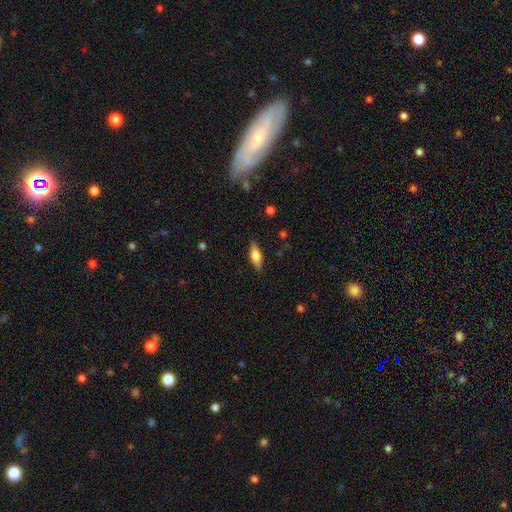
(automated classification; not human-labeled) smooth-or-featured: smooth: 49% | featured or disk: 45% | star or artifact: 7%
  merging: none: 87% | minor disturbance: 9% | major disturbance: 2% | merger: 1%